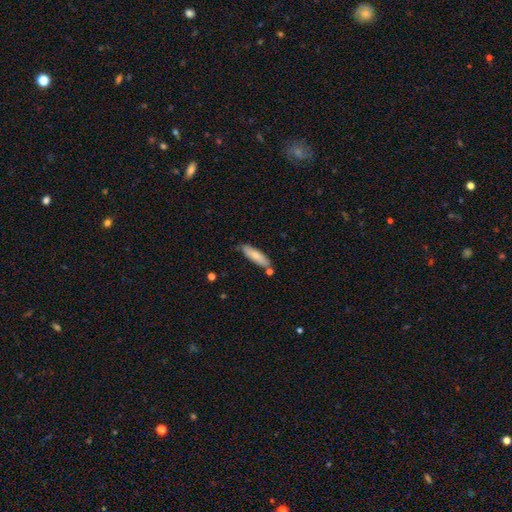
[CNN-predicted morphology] Smooth or featured: smooth — 80% (featured or disk — 14%)
How rounded: cigar-shaped — 61% (in between — 37%)
Merging: none — 75% (minor disturbance — 15%)